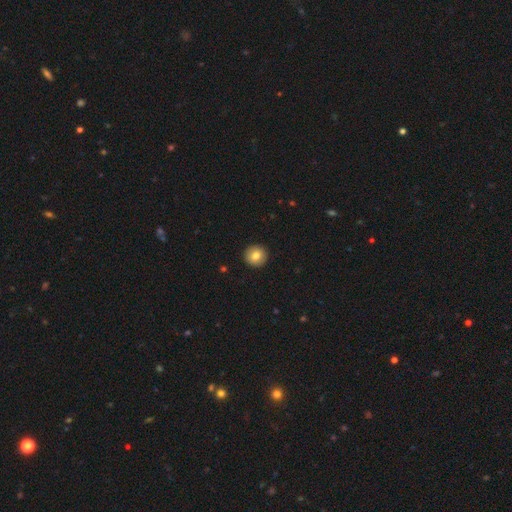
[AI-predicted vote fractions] A smooth galaxy with no disk features (81%) that is round (94%). Merging: none (93%).